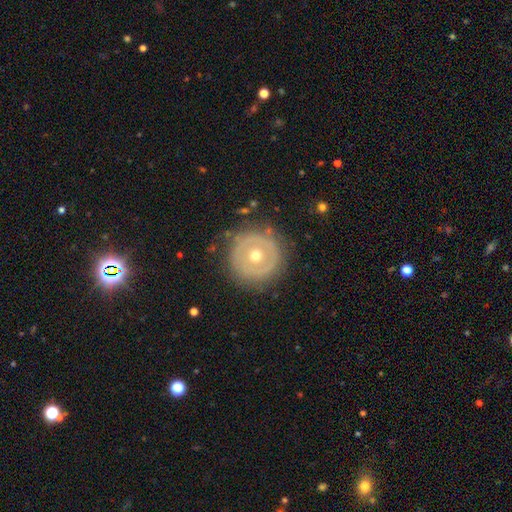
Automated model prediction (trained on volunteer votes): Smooth or featured?
  - featured or disk: 55% *
  - smooth: 38%
  - star or artifact: 7%
Edge-on disk?
  - no: 95% *
  - yes: 5%
Bar?
  - no: 89% *
  - weak: 8%
  - strong: 3%
Spiral arms?
  - no: 83% *
  - yes: 17%
Bulge size?
  - moderate: 67% *
  - small: 28%
  - large: 3%
  - dominant: 1%
  - none: 1%
Merging?
  - none: 82% *
  - minor disturbance: 12%
  - major disturbance: 5%
  - merger: 1%